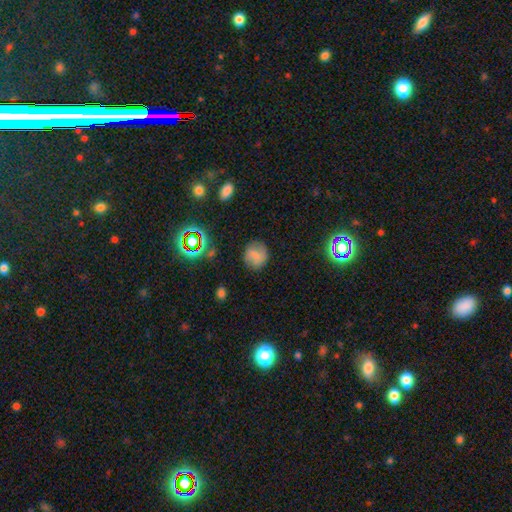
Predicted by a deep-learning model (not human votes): Smooth or featured? Predicted: smooth (p=0.68). How rounded? Predicted: round (p=0.85). Merging? Predicted: none (p=0.80).